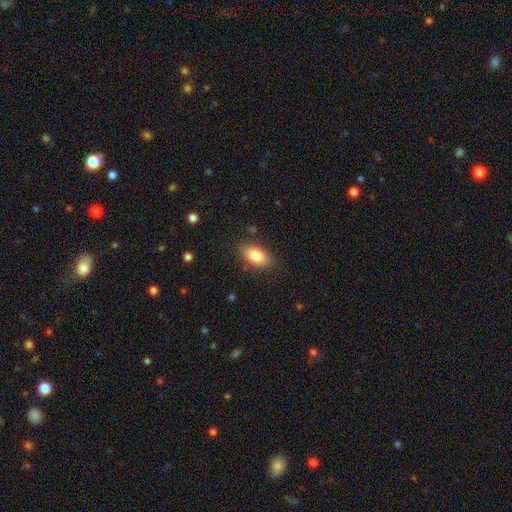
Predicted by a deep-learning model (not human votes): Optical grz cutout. It shows a smooth galaxy with no disk features (81%) that is in between round and cigar-shaped (90%). Merging: none (84%).